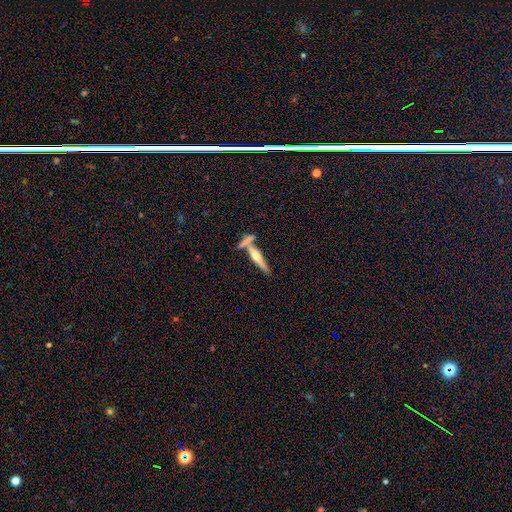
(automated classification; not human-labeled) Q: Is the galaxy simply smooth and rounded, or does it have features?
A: featured or disk — 60%.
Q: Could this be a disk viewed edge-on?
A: yes — 94%.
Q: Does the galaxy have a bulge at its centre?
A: rounded — 88%.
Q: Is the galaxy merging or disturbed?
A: none — 61%.